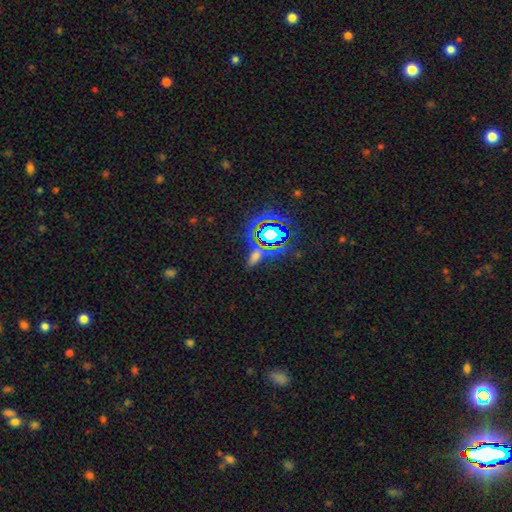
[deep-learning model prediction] A star or artifact, not a galaxy (45%).